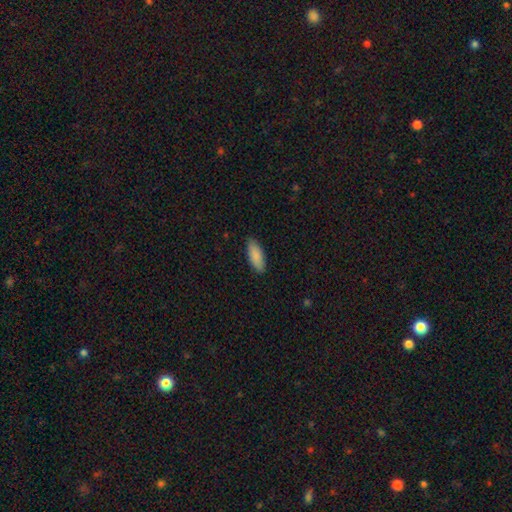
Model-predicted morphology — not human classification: smooth 87%, featured or disk 7%, star or artifact 6%. Down the decision tree: how rounded — in between (71%); merging — none (87%).